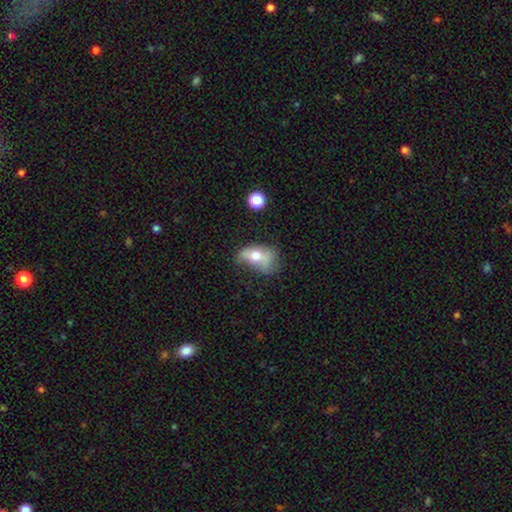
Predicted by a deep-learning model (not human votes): smooth_or_featured: smooth (p=0.58) [alt: featured or disk p=0.32]
how_rounded: in between (p=0.79) [alt: round p=0.18]
merging: minor disturbance (p=0.33) [alt: major disturbance p=0.31]